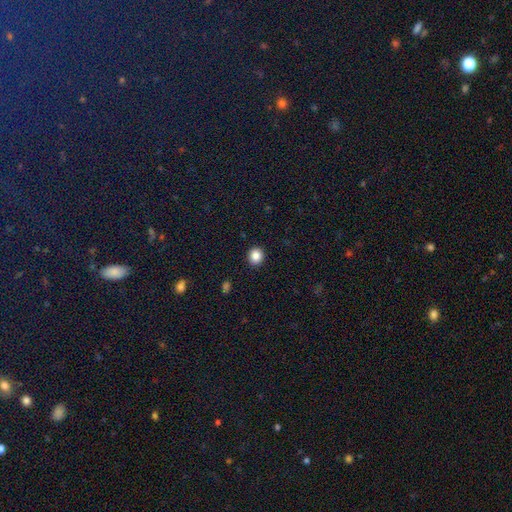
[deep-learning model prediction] smooth-or-featured: smooth: 86% | star or artifact: 10% | featured or disk: 4%
  how-rounded: round: 82% | in between: 17% | cigar-shaped: 1%
  merging: none: 92% | minor disturbance: 5% | major disturbance: 2% | merger: 1%